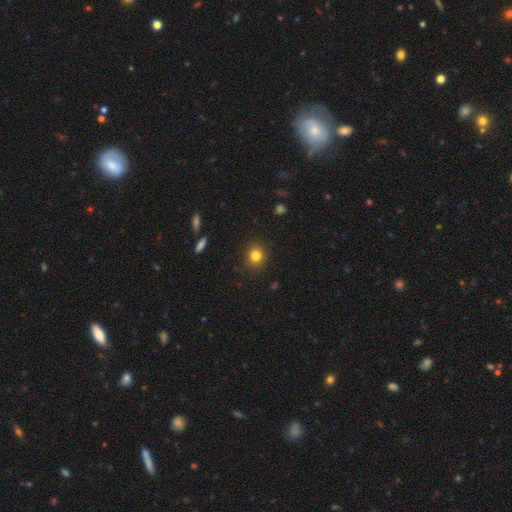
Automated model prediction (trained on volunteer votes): smooth-or-featured: smooth: 81% | star or artifact: 12% | featured or disk: 6%
  how-rounded: round: 87% | in between: 12% | cigar-shaped: 1%
  merging: none: 90% | minor disturbance: 7% | major disturbance: 2% | merger: 1%